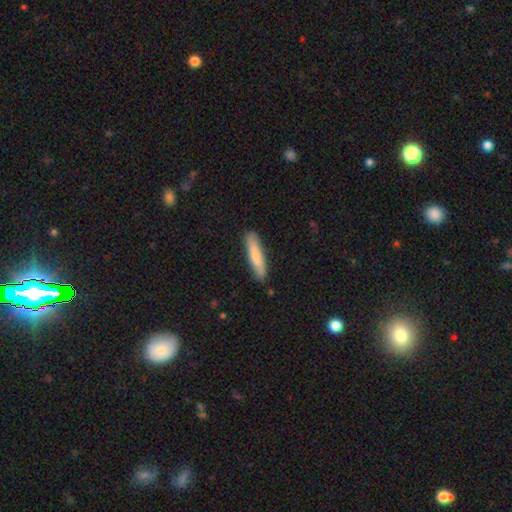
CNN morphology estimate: Smooth or featured? Predicted: smooth (p=0.76). How rounded? Predicted: cigar-shaped (p=0.85). Merging? Predicted: none (p=0.86).